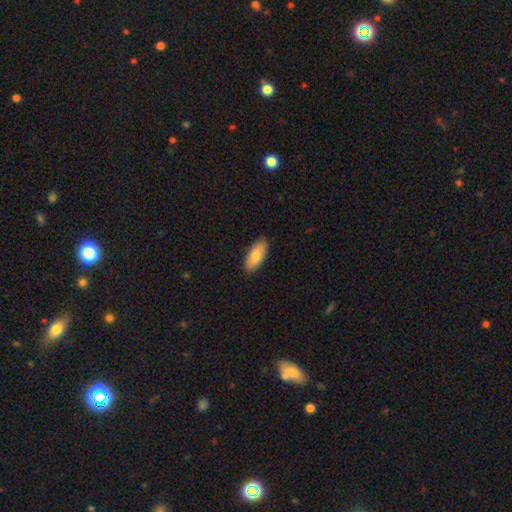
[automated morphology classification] Q: Smooth or featured?
A: smooth (80%); runner-up: featured or disk (14%)
Q: How rounded?
A: in between (88%); runner-up: cigar-shaped (10%)
Q: Merging?
A: none (88%); runner-up: minor disturbance (9%)